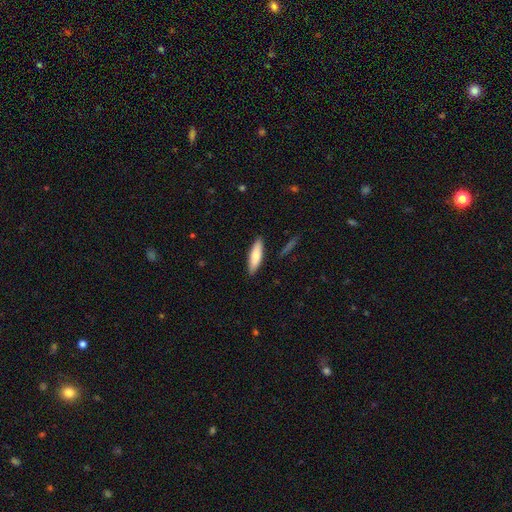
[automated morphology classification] A smooth galaxy with no disk features (74%) that is cigar-shaped (58%). Merging: none (88%).